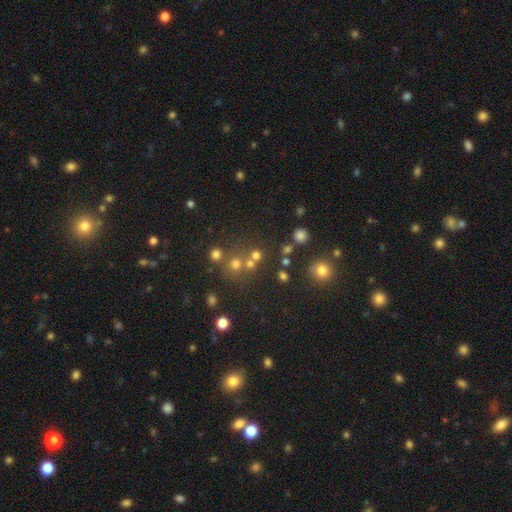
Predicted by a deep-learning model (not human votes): This appears to be a smooth galaxy with no disk features (60%) that is round (89%). Merging: none (63%).